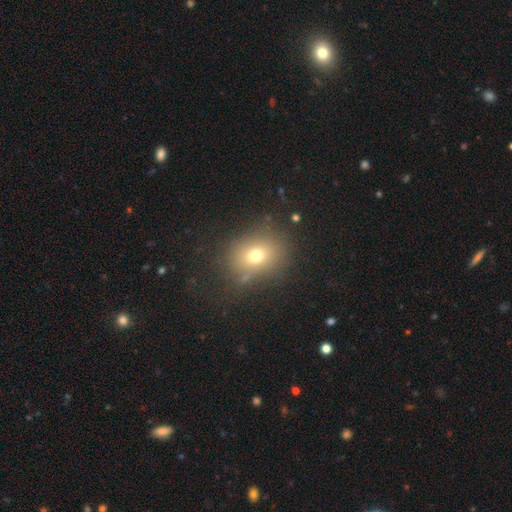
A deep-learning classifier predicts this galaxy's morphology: smooth_or_featured: smooth (p=0.69) [alt: star or artifact p=0.17]
how_rounded: round (p=0.55) [alt: in between p=0.44]
merging: none (p=0.74) [alt: minor disturbance p=0.15]